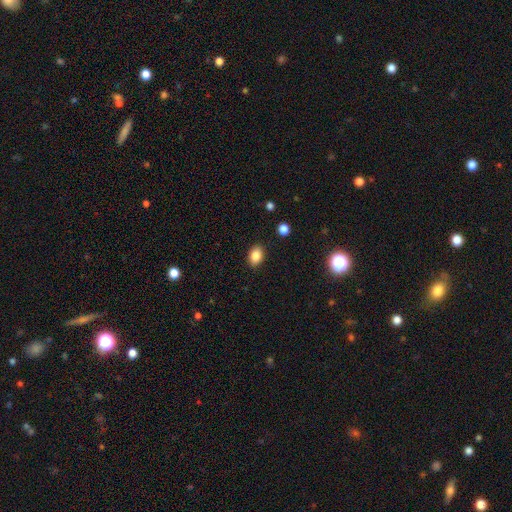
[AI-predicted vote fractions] smooth_or_featured: smooth (p=0.85) [alt: star or artifact p=0.09]
how_rounded: in between (p=0.77) [alt: round p=0.22]
merging: none (p=0.88) [alt: minor disturbance p=0.08]